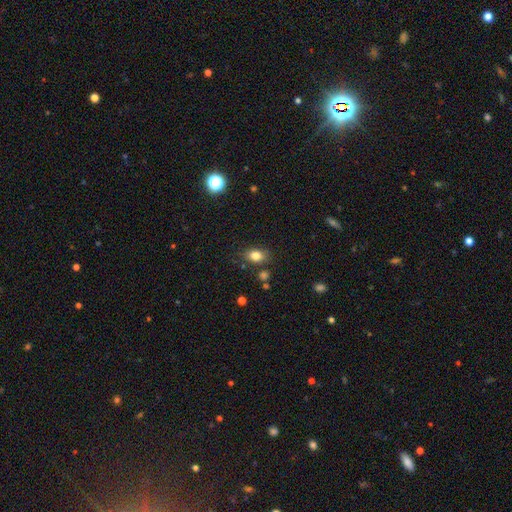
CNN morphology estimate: This is clearly a smooth galaxy (81%). How rounded: likely in between (78%). Merging: likely none (80%).